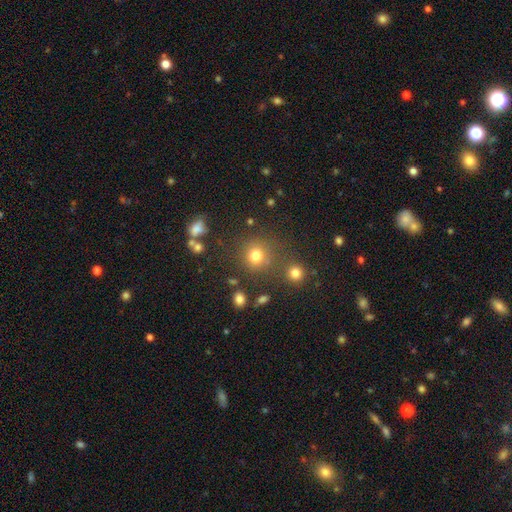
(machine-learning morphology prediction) A smooth galaxy with no disk features (77%) that is round (88%). Merging: none (72%).